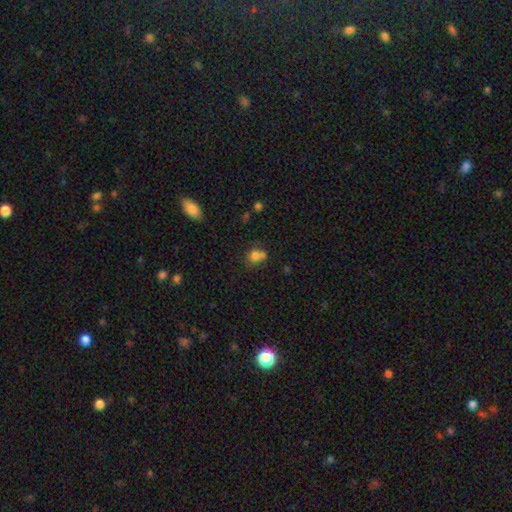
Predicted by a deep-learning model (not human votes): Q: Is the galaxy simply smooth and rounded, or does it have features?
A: smooth — 76%.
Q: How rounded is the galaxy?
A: round — 66%.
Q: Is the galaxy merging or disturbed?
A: none — 42%.